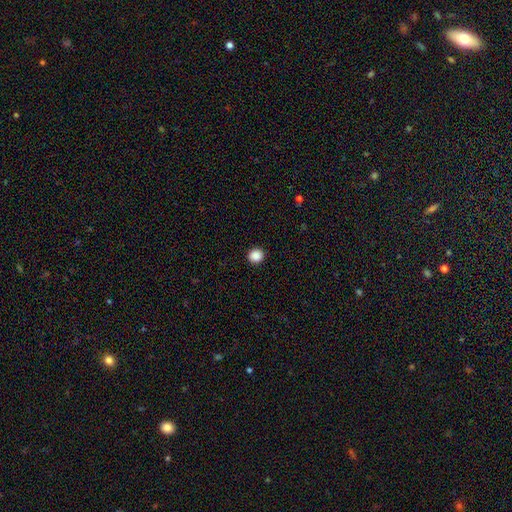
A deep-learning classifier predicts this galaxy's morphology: The model was most divided on "smooth or featured": smooth: 88%, star or artifact: 9%, featured or disk: 3%. More confident: merging — none (93%); how rounded — round (89%).